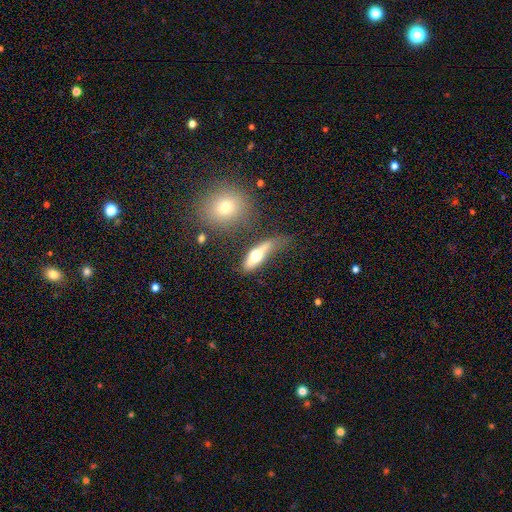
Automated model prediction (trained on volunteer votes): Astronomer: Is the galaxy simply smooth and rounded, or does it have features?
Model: smooth — 47% (runner-up: featured or disk, 45%).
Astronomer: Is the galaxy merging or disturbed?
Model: none — 46% (runner-up: minor disturbance, 23%).